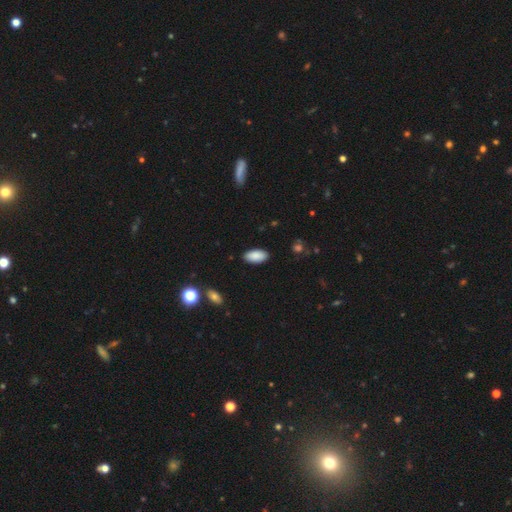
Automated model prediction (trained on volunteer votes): Overall: smooth (89%). How rounded: in between (94%). Merging: none (89%).